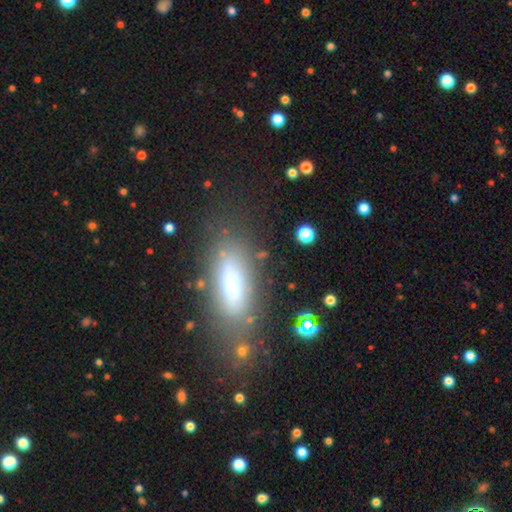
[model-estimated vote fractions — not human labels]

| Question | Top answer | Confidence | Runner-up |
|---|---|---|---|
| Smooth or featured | smooth | 58% | featured or disk (28%) |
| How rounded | in between | 64% | cigar-shaped (32%) |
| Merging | none | 76% | minor disturbance (14%) |